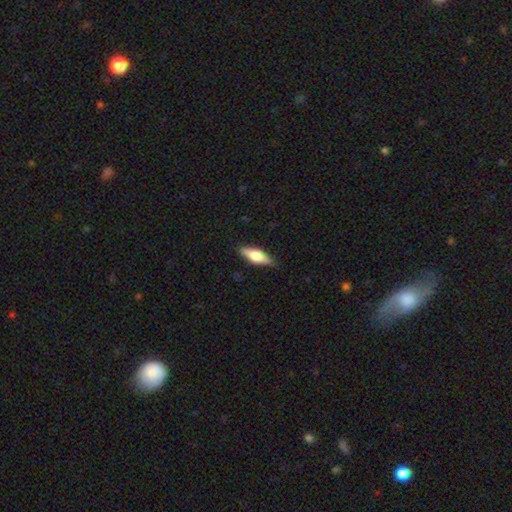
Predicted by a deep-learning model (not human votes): Overall: smooth (54%; featured or disk 40%). How rounded: in between (57%; cigar-shaped 40%). Merging: none (86%).